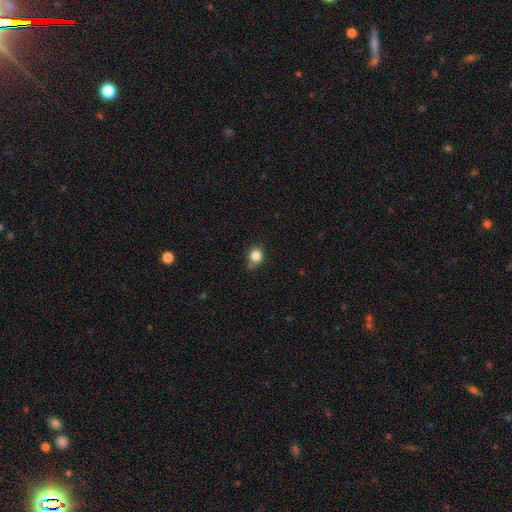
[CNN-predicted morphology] A smooth galaxy with no disk features (83%) that is round (83%). Merging: none (71%).